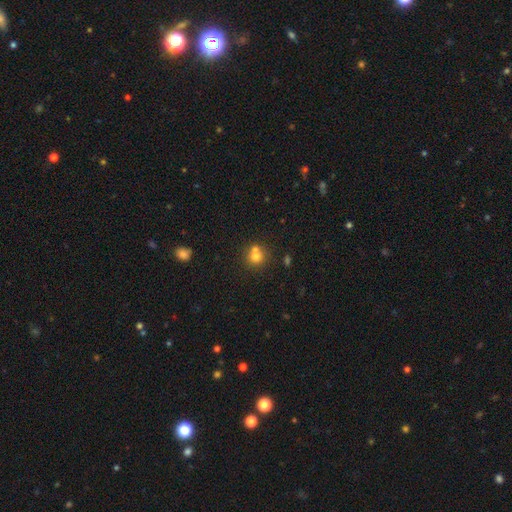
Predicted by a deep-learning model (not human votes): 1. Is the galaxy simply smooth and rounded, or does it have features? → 74% smooth, 13% star or artifact, 13% featured or disk.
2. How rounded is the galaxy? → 86% round, 13% in between, 1% cigar-shaped.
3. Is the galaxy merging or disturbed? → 48% none, 41% merger, 8% minor disturbance, 3% major disturbance.